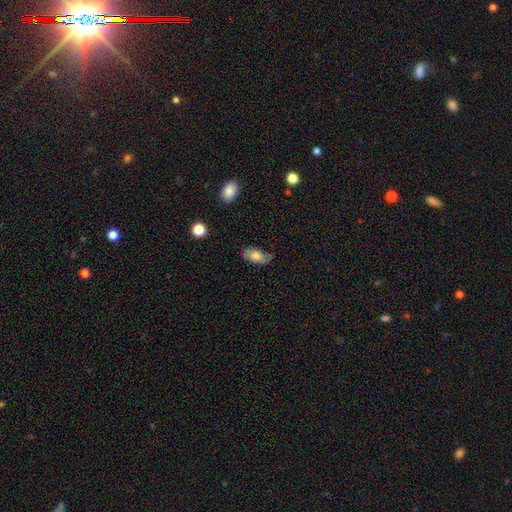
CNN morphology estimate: Q: Smooth or featured?
A: smooth (76%); runner-up: featured or disk (16%)
Q: How rounded?
A: in between (91%); runner-up: cigar-shaped (6%)
Q: Merging?
A: none (76%); runner-up: minor disturbance (19%)